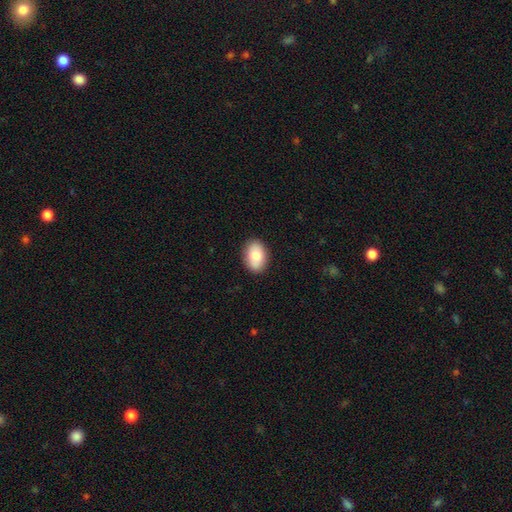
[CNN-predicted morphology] smooth_or_featured: smooth (p=0.79) [alt: featured or disk p=0.15]
how_rounded: in between (p=0.85) [alt: round p=0.14]
merging: none (p=0.88) [alt: minor disturbance p=0.09]